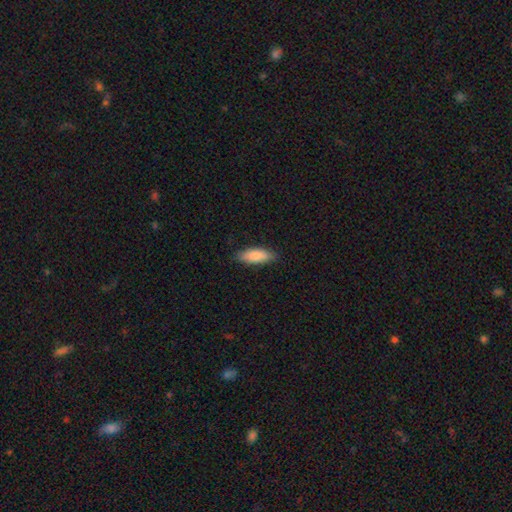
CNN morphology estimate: smooth_or_featured: smooth (p=0.85) [alt: featured or disk p=0.09]
how_rounded: in between (p=0.63) [alt: cigar-shaped p=0.36]
merging: none (p=0.84) [alt: minor disturbance p=0.13]